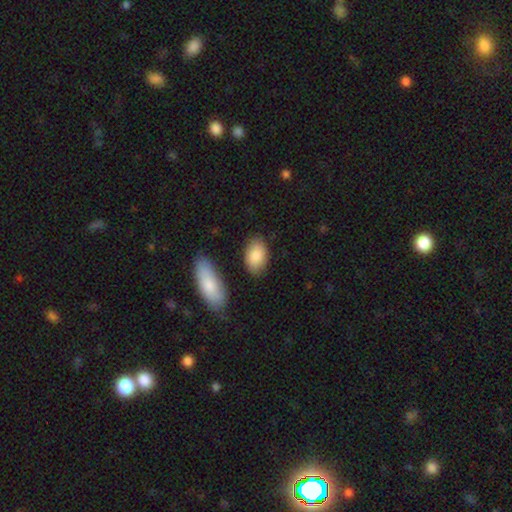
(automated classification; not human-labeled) Morphology: type=smooth (86%); roundness=in between (92%); merging=none (79%).